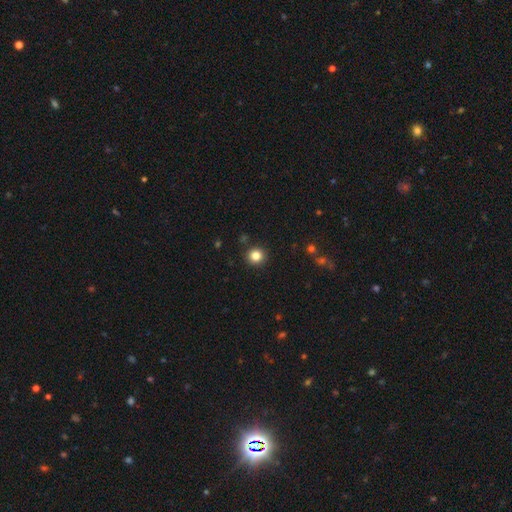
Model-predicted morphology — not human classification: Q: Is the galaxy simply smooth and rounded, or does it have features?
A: smooth — 83%.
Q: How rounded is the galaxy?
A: round — 94%.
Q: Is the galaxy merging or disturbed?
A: none — 92%.